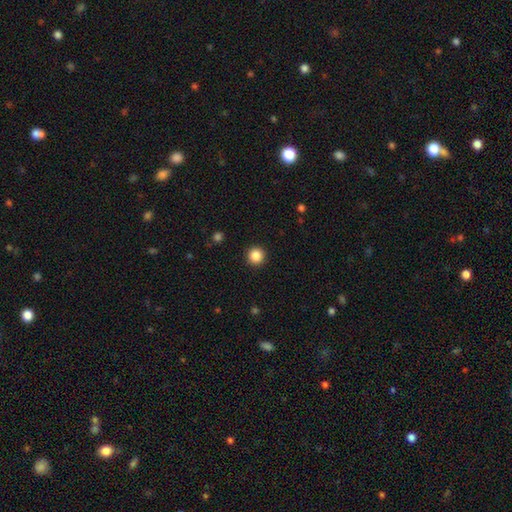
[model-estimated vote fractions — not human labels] This is clearly a smooth galaxy (87%). How rounded: clearly round (96%). Merging: clearly none (92%).